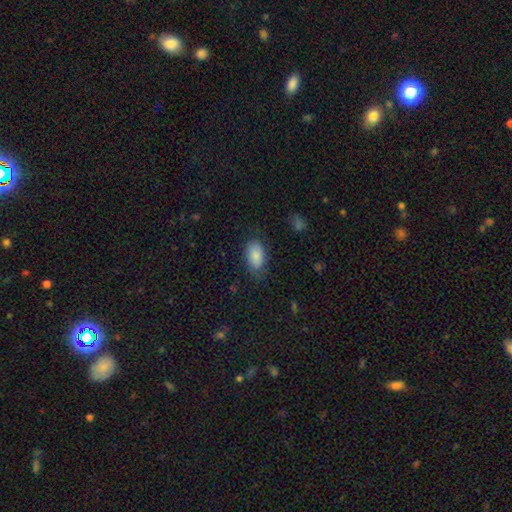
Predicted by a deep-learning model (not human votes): smooth-or-featured: smooth: 85% | featured or disk: 8% | star or artifact: 7%
  how-rounded: in between: 93% | round: 5% | cigar-shaped: 2%
  merging: none: 74% | minor disturbance: 18% | major disturbance: 6% | merger: 1%